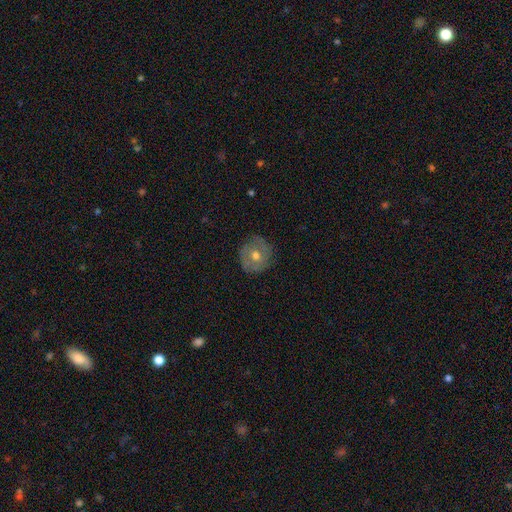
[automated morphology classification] Q: Smooth or featured?
A: featured or disk (47%); runner-up: smooth (43%)
Q: Merging?
A: none (83%); runner-up: minor disturbance (13%)